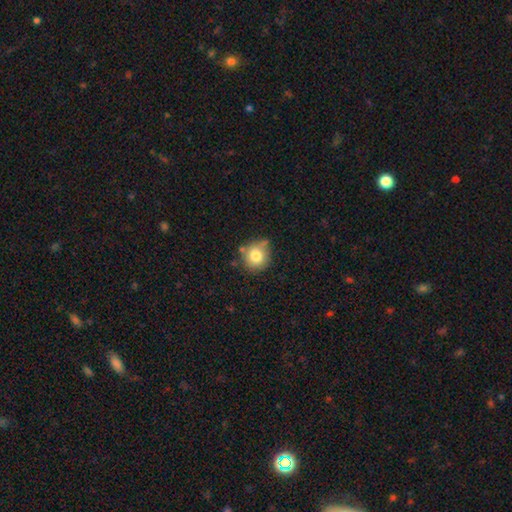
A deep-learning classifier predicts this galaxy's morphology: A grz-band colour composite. It shows a smooth galaxy with no disk features (79%) that is round (88%). Merging: none (65%).